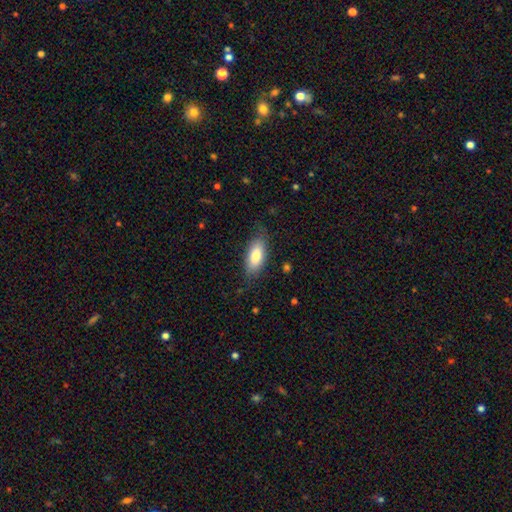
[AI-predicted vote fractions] A smooth galaxy with no disk features (82%) that is in between round and cigar-shaped (83%). Merging: none (78%).